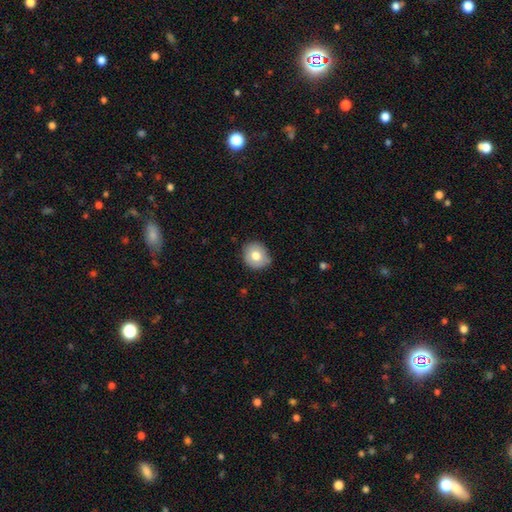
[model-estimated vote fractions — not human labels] Smooth or featured: smooth — 76% (featured or disk — 15%)
How rounded: round — 85% (in between — 14%)
Merging: none — 83% (minor disturbance — 13%)